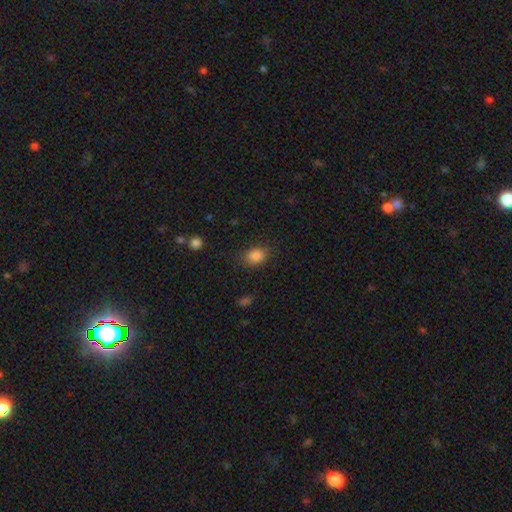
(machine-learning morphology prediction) The model was most divided on "how rounded": in between: 63%, round: 36%, cigar-shaped: 1%. More confident: smooth or featured — smooth (85%); merging — none (78%).